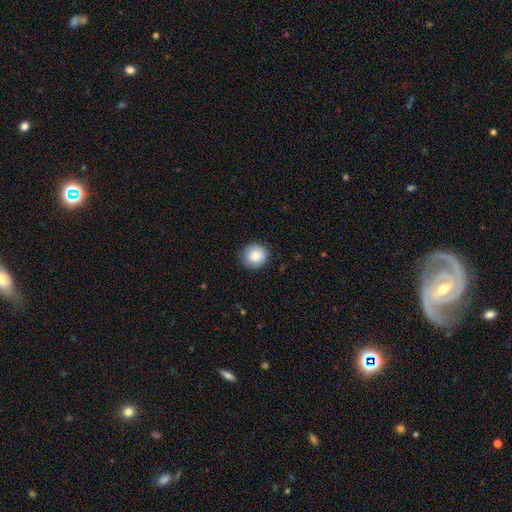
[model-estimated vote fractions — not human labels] The model was most divided on "smooth or featured": smooth: 84%, featured or disk: 8%, star or artifact: 8%. More confident: how rounded — round (92%); merging — none (87%).